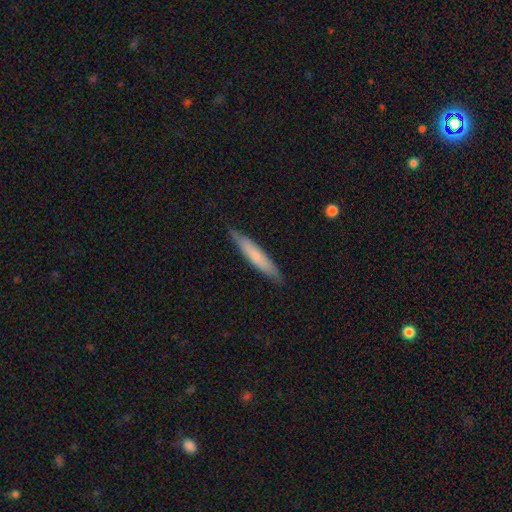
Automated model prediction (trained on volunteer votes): Smooth or featured?
  - smooth: 65% *
  - featured or disk: 30%
  - star or artifact: 5%
How rounded?
  - cigar-shaped: 93% *
  - in between: 6%
  - round: 1%
Merging?
  - none: 87% *
  - minor disturbance: 10%
  - major disturbance: 2%
  - merger: 1%